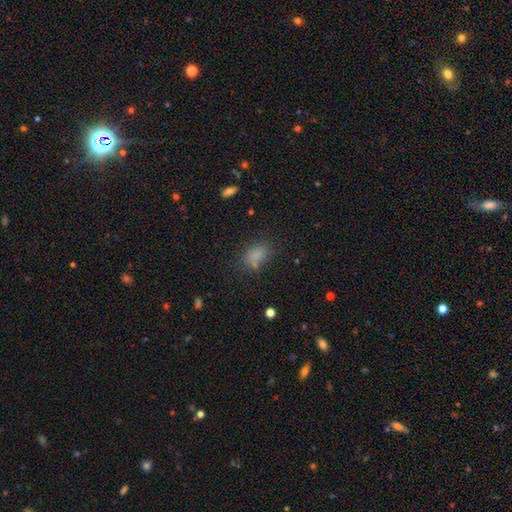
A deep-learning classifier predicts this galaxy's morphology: A smooth galaxy with no disk features (79%) that is in between round and cigar-shaped (84%). Merging: none (68%).